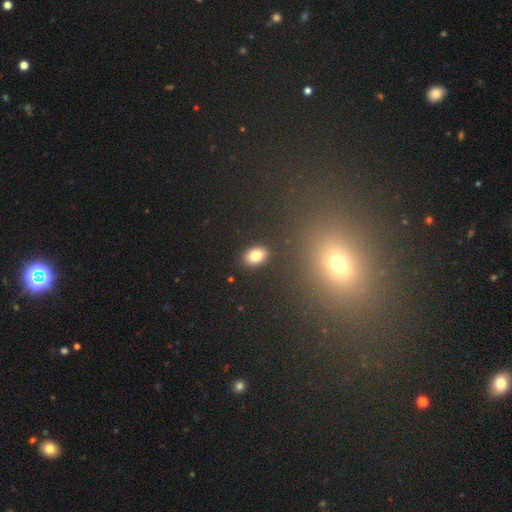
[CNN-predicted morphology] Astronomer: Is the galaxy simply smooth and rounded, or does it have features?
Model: smooth — 82%.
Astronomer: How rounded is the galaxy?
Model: in between — 80%.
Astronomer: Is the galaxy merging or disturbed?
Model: none — 89%.